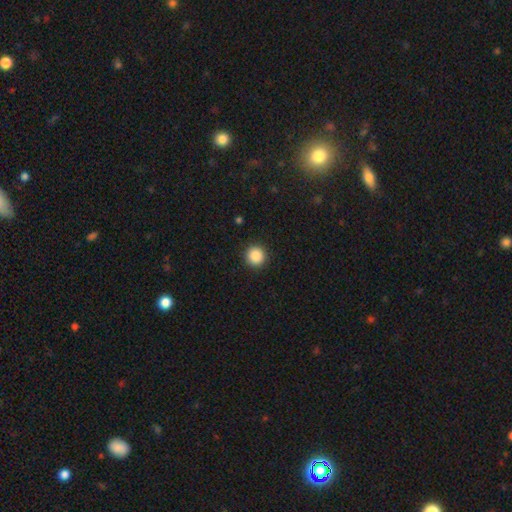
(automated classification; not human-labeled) smooth 88%, star or artifact 9%, featured or disk 3%. Down the decision tree: how rounded — round (95%); merging — none (92%).